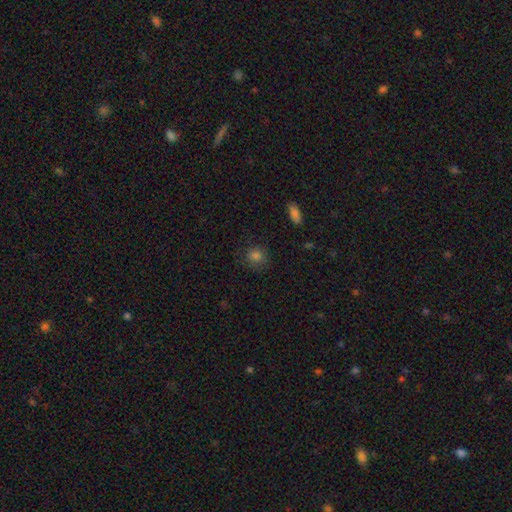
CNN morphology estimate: Overall: smooth (79%). How rounded: round (83%). Merging: none (80%).